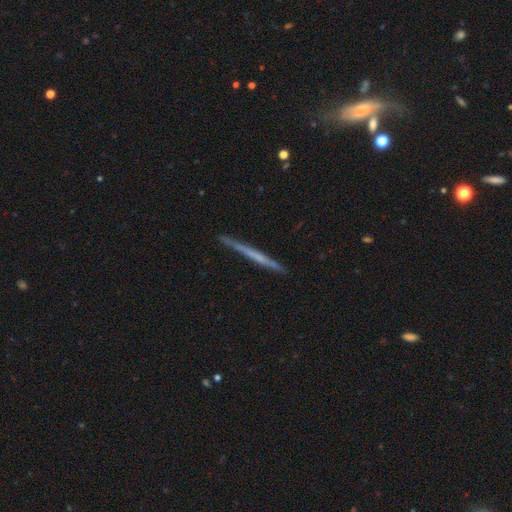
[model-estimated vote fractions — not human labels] The model was most divided on "smooth or featured": featured or disk: 56%, smooth: 38%, star or artifact: 6%. More confident: edge-on disk — yes (98%); merging — none (90%); edge-on bulge — none (87%).